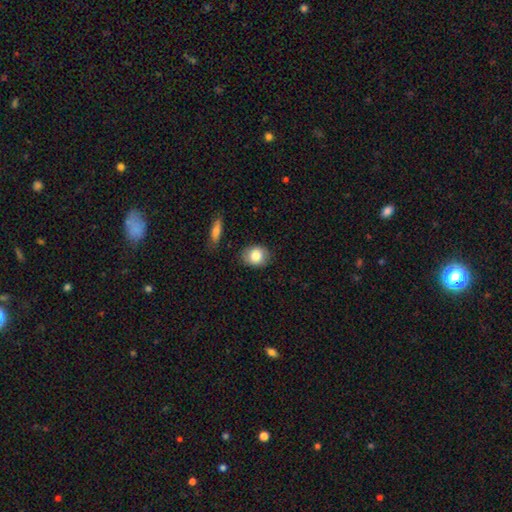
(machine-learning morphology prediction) A smooth galaxy with no disk features (82%) that is round (54%). Merging: none (85%).